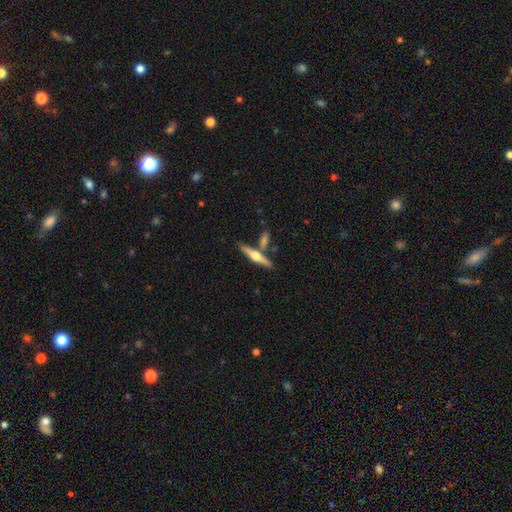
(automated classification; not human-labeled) Smooth or featured? featured or disk (64%)
Edge-on disk? yes (96%)
Edge-on bulge? rounded (93%)
Merging? none (71%)